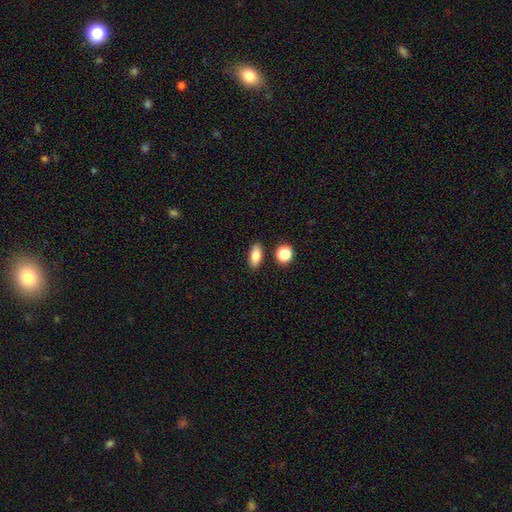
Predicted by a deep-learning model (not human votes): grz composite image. It shows a smooth galaxy with no disk features (81%) that is in between round and cigar-shaped (82%). Merging: none (86%).